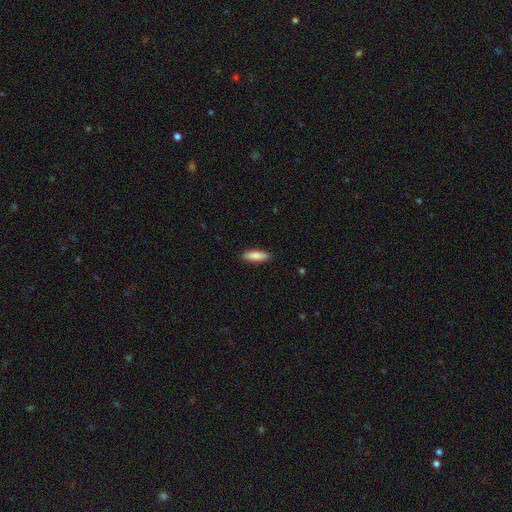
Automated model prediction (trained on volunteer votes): smooth 84%, featured or disk 10%, star or artifact 6%. Down the decision tree: how rounded — cigar-shaped (53%); merging — none (89%).